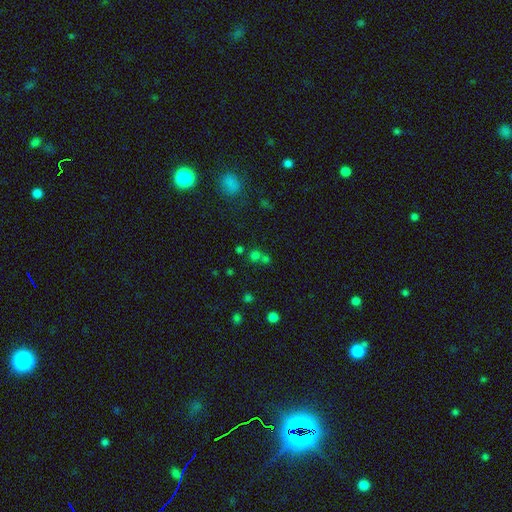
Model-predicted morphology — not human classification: A smooth galaxy with no disk features (56%) that is round (80%).

Vote fractions:
- Smooth or featured? smooth: 56% / star or artifact: 34% / featured or disk: 9%
- How rounded? round: 80% / in between: 18% / cigar-shaped: 2%
- Merging? none: 52% / merger: 35% / minor disturbance: 8% / major disturbance: 5%